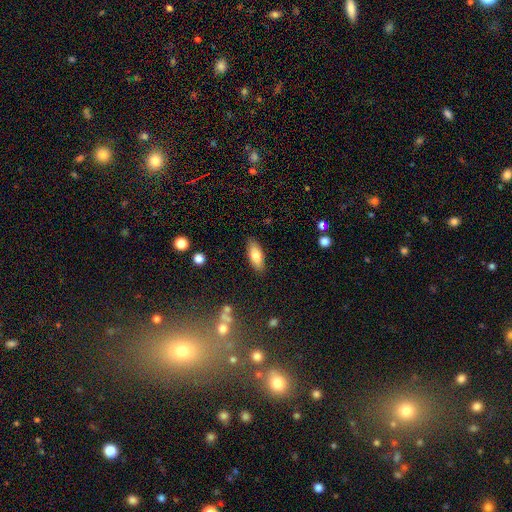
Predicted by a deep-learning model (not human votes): Overall: smooth (81%). How rounded: in between (76%). Merging: none (86%).